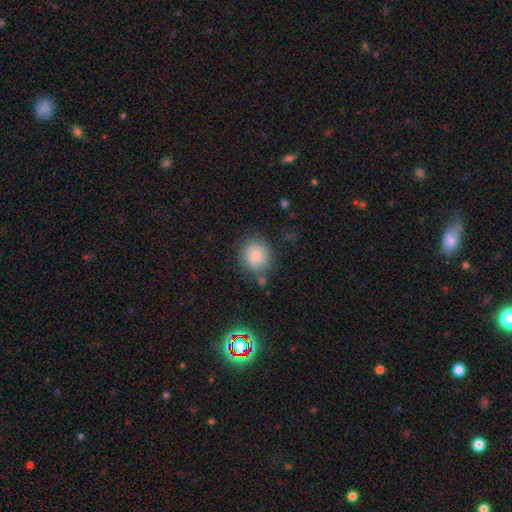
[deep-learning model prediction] Smooth or featured?
  - smooth: 87% *
  - star or artifact: 8%
  - featured or disk: 5%
How rounded?
  - round: 86% *
  - in between: 13%
  - cigar-shaped: 1%
Merging?
  - none: 77% *
  - minor disturbance: 14%
  - major disturbance: 5%
  - merger: 4%